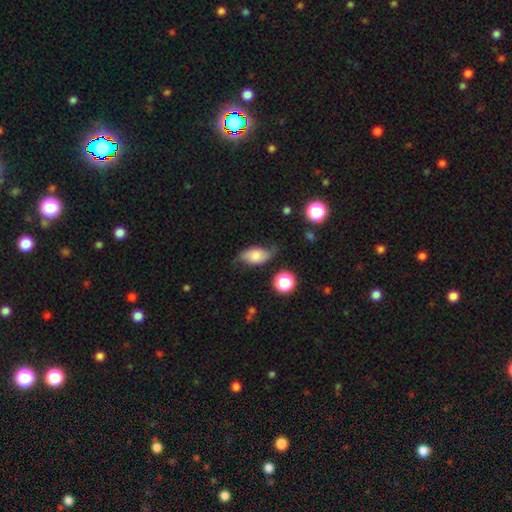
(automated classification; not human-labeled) A smooth galaxy with no disk features (61%) that is in between round and cigar-shaped (88%). Merging: none (54%).